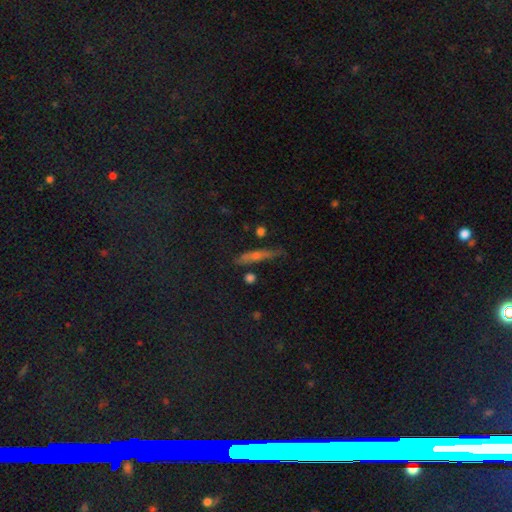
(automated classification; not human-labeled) This is marginally a featured or disk galaxy (41%). Merging: likely none (72%).